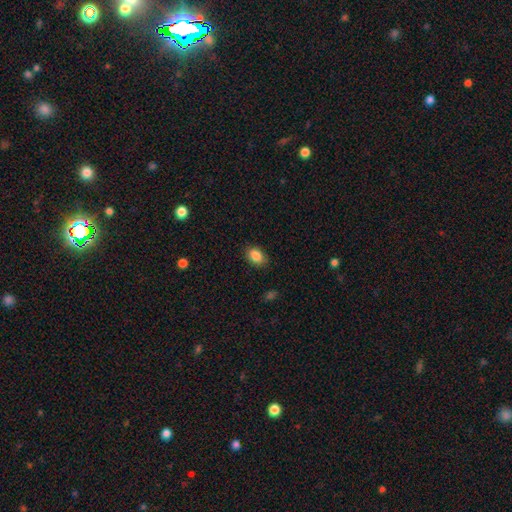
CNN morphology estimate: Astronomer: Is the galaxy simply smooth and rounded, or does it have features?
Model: smooth — 87%.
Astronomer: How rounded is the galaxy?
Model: in between — 80%.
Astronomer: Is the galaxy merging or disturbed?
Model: none — 84%.